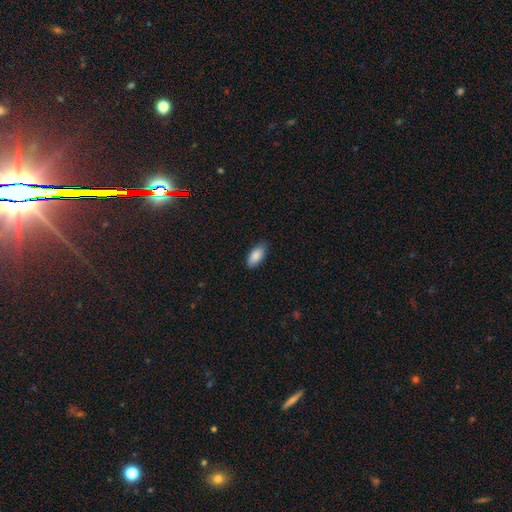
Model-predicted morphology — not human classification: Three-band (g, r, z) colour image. It shows a smooth galaxy with no disk features (88%) that is in between round and cigar-shaped (90%). Merging: none (81%).